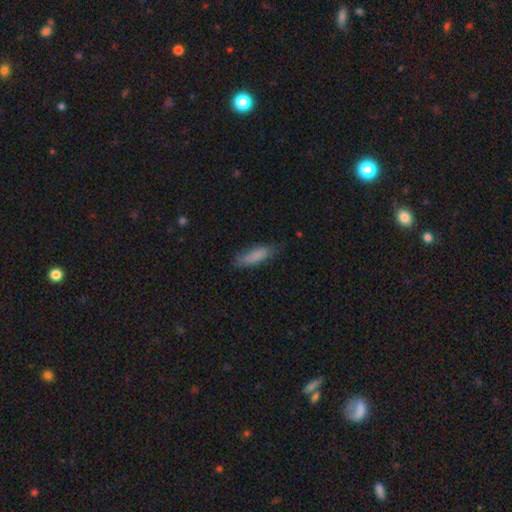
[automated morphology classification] Overall: smooth (83%). How rounded: cigar-shaped (57%; in between 42%). Merging: none (71%).